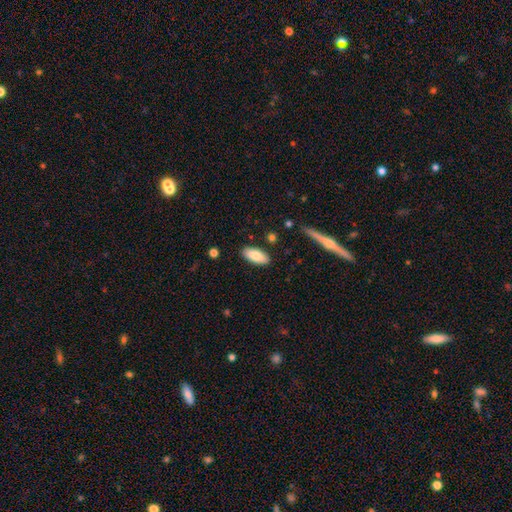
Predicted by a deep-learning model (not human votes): smooth 85%, featured or disk 9%, star or artifact 6%. Down the decision tree: how rounded — in between (86%); merging — none (87%).